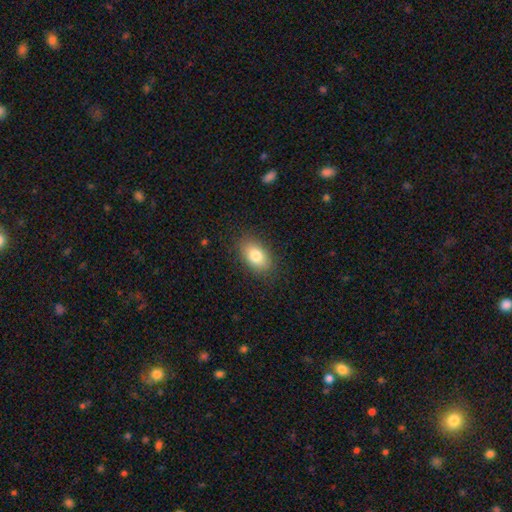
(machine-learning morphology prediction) This appears to be a smooth galaxy with no disk features (81%) that is in between round and cigar-shaped (89%). Merging: none (85%).